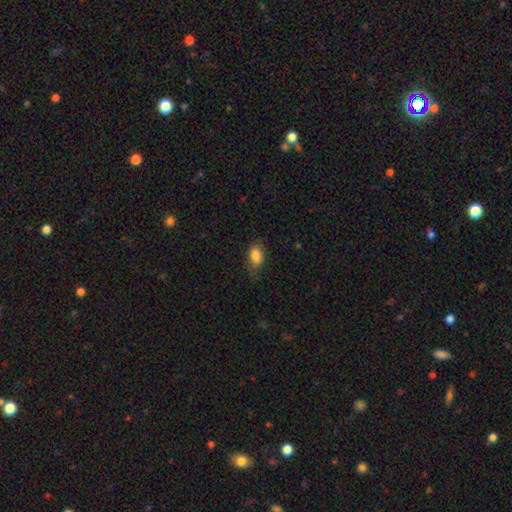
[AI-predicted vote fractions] Smooth or featured? smooth (85%)
How rounded? in between (90%)
Merging? none (68%)